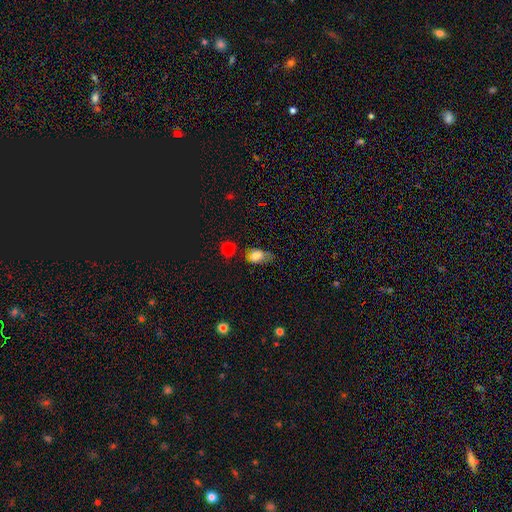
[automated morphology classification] A smooth galaxy with no disk features (74%) that is in between round and cigar-shaped (78%). Merging: minor disturbance (36%, tied with none).